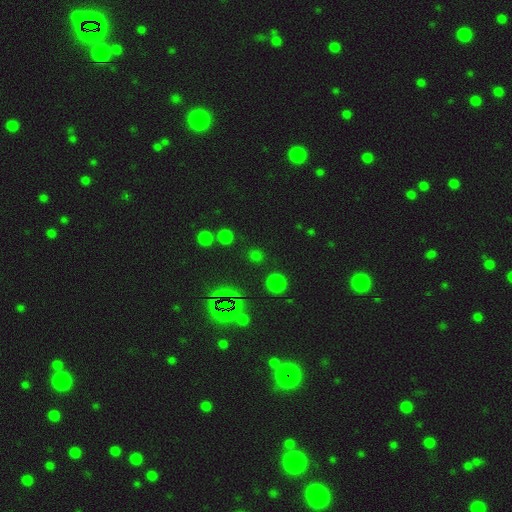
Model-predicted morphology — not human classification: This appears to be a smooth galaxy with no disk features (51%) that is round (85%). Merging: none (83%).